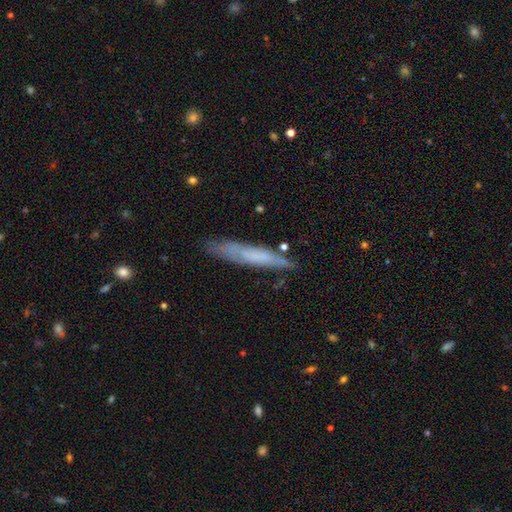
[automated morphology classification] Smooth or featured? Predicted: smooth (p=0.52). How rounded? Predicted: cigar-shaped (p=0.91). Merging? Predicted: none (p=0.73).